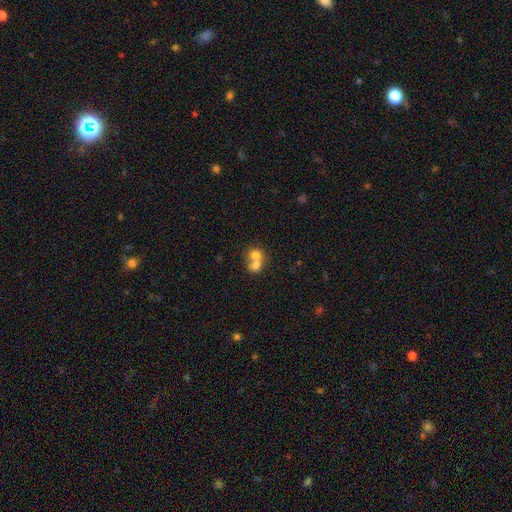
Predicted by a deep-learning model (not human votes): The model was most divided on "how rounded": round: 68%, in between: 31%, cigar-shaped: 1%. More confident: merging — merger (71%); smooth or featured — smooth (71%).